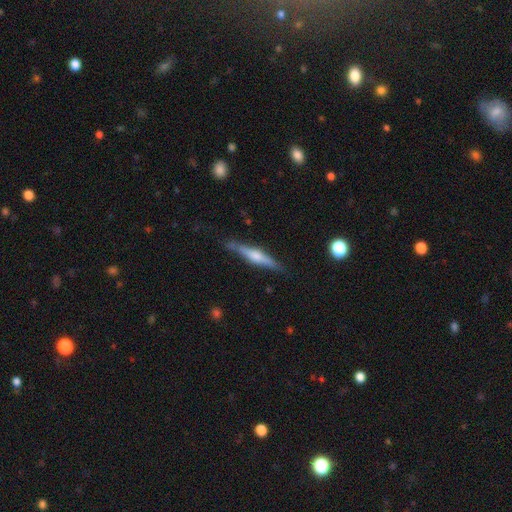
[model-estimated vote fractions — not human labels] A featured or disk galaxy (63%) viewed edge-on (97%) with a rounded central bulge (75%). Merging: none (84%).